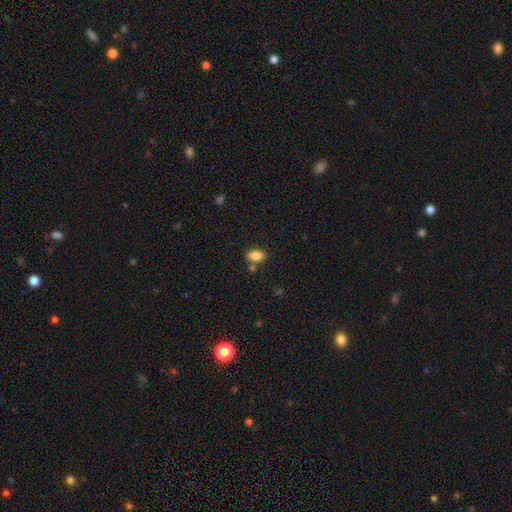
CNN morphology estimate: Smooth or featured? smooth (85%)
How rounded? in between (87%)
Merging? none (75%)